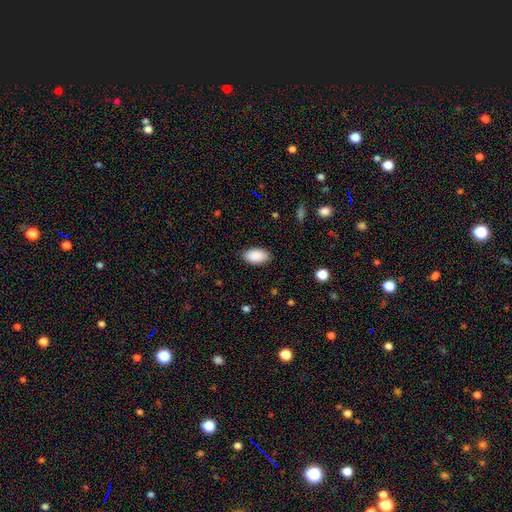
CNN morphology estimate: Smooth or featured: smooth — 91% (star or artifact — 6%)
How rounded: in between — 96% (round — 3%)
Merging: none — 87% (minor disturbance — 10%)